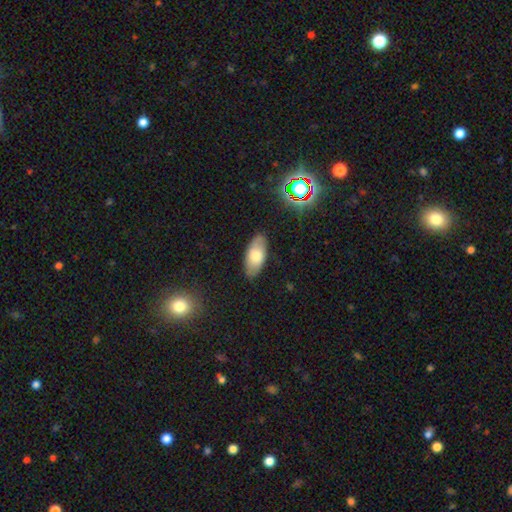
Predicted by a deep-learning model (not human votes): Q: Smooth or featured?
A: smooth (70%); runner-up: featured or disk (22%)
Q: How rounded?
A: in between (90%); runner-up: cigar-shaped (7%)
Q: Merging?
A: none (85%); runner-up: minor disturbance (12%)